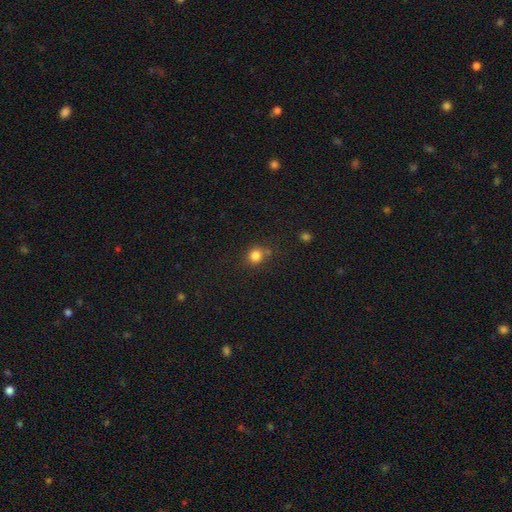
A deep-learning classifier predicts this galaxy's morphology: Overall: smooth (82%). How rounded: round (81%). Merging: none (72%).